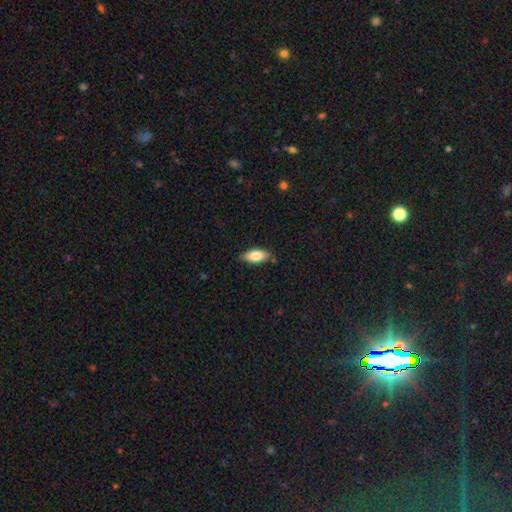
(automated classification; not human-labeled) smooth_or_featured: smooth (p=0.79) [alt: featured or disk p=0.15]
how_rounded: in between (p=0.82) [alt: cigar-shaped p=0.16]
merging: none (p=0.81) [alt: minor disturbance p=0.14]